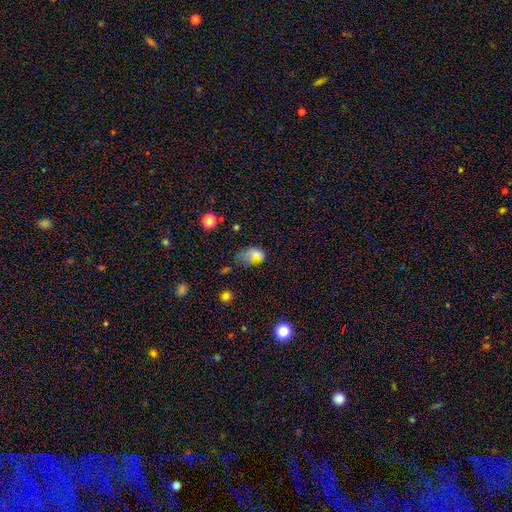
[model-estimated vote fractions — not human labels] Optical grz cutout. It shows a smooth galaxy with no disk features (59%) that is in between round and cigar-shaped (82%). Merging: none (39%).